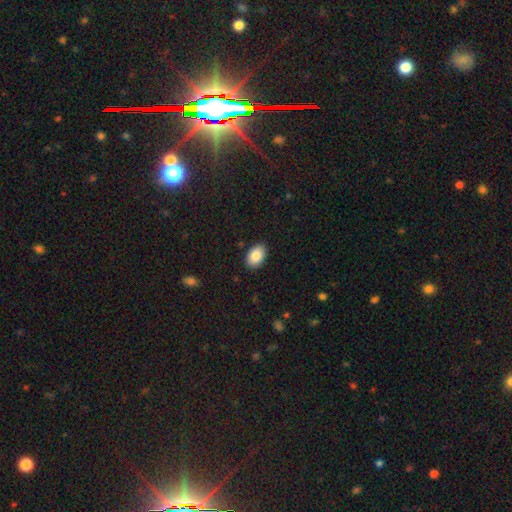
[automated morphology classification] type=smooth (85%); roundness=in between (90%); merging=none (89%).